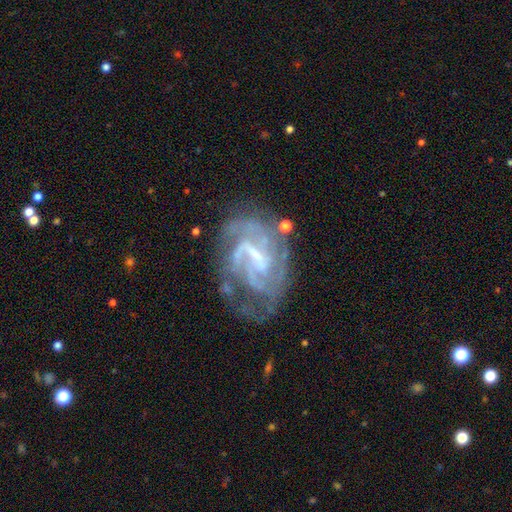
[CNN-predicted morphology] type=featured or disk (85%); edge-on=no (98%); bar=weak (47%); spiral arms=yes (90%); winding=tight (44%); arm count=can't tell (32%); bulge=small (43%); merging=none (49%).